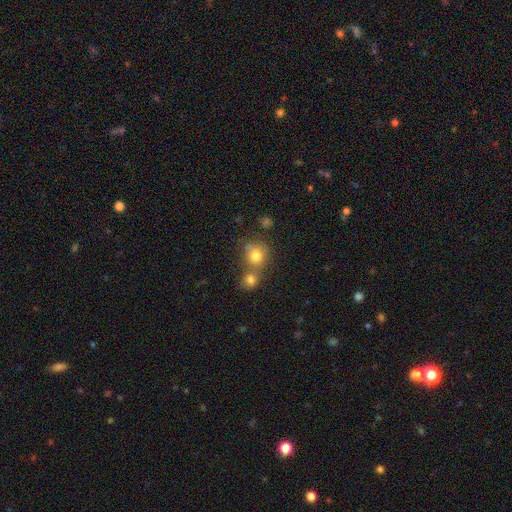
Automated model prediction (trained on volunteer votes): smooth 78%, star or artifact 12%, featured or disk 10%. Down the decision tree: how rounded — round (83%); merging — none (46%).